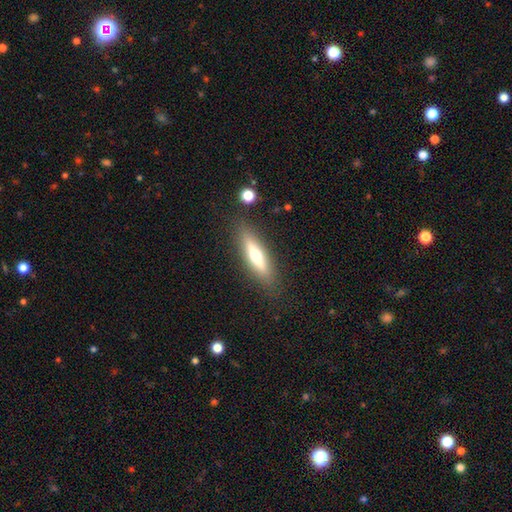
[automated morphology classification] Smooth or featured: smooth — 48% (featured or disk — 45%)
Merging: none — 86% (minor disturbance — 10%)